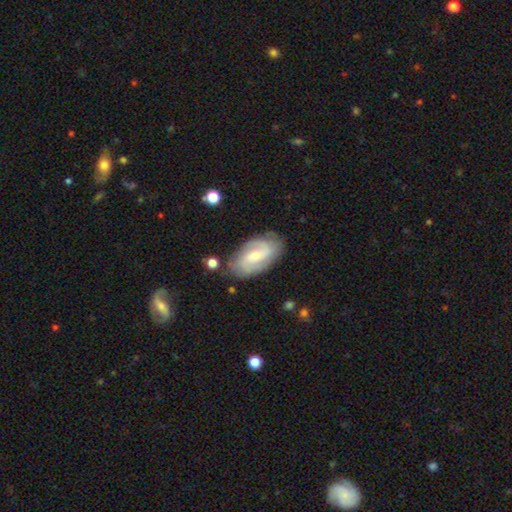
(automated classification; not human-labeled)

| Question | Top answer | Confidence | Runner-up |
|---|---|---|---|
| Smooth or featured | featured or disk | 71% | smooth (23%) |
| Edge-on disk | no | 95% | yes (5%) |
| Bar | weak | 48% | no (35%) |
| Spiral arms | yes | 92% | no (8%) |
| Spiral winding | medium | 42% | tight (31%) |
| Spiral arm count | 2 | 65% | can't tell (18%) |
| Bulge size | small | 64% | moderate (30%) |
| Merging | none | 77% | minor disturbance (16%) |